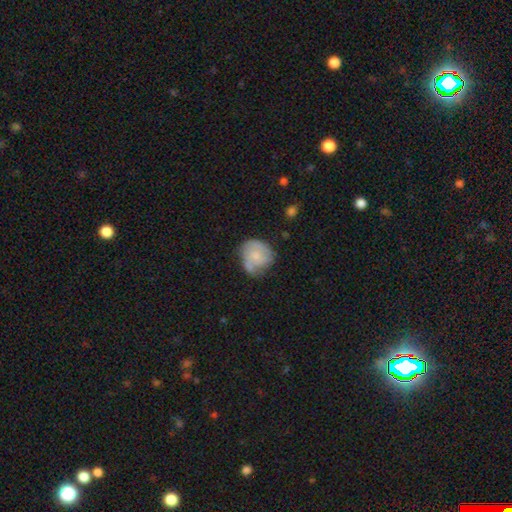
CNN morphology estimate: This is possibly a smooth galaxy (48%). Merging: possibly none (52%).